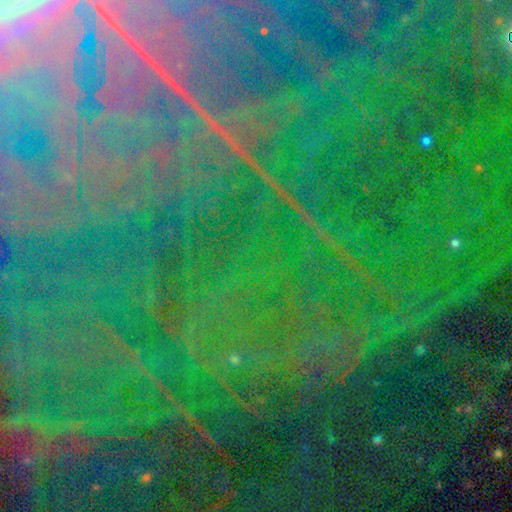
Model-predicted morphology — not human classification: Smooth or featured: star or artifact — 88% (featured or disk — 7%)